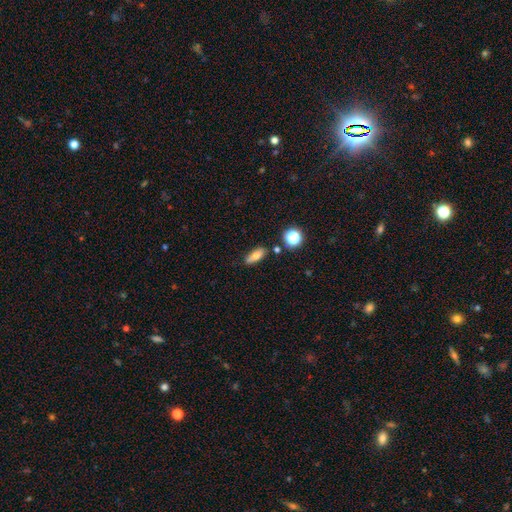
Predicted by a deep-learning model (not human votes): A smooth galaxy with no disk features (74%) that is in between round and cigar-shaped (70%).

Vote fractions:
- Smooth or featured? smooth: 74% / featured or disk: 16% / star or artifact: 11%
- How rounded? in between: 70% / cigar-shaped: 24% / round: 7%
- Merging? none: 80% / minor disturbance: 13% / merger: 4% / major disturbance: 3%